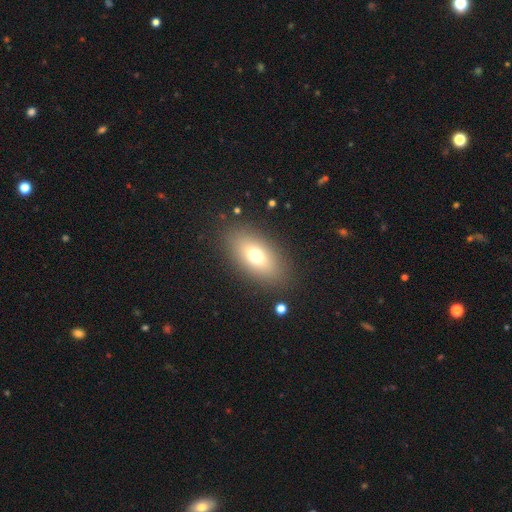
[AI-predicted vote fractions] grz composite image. It shows a smooth galaxy with no disk features (70%) that is in between round and cigar-shaped (85%). Merging: none (85%).